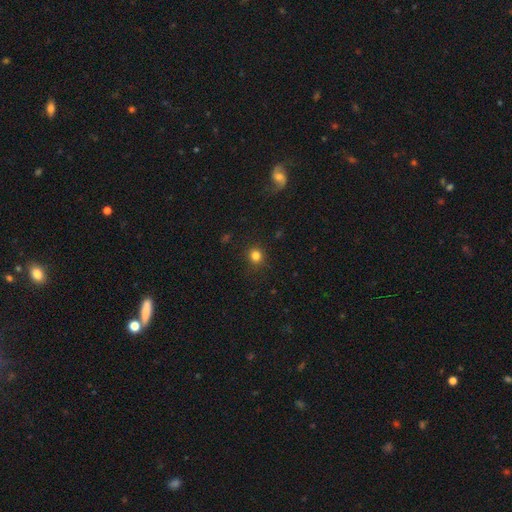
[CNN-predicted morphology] Smooth or featured?
  - smooth: 82% *
  - star or artifact: 13%
  - featured or disk: 5%
How rounded?
  - round: 89% *
  - in between: 10%
  - cigar-shaped: 1%
Merging?
  - none: 89% *
  - minor disturbance: 7%
  - major disturbance: 3%
  - merger: 1%